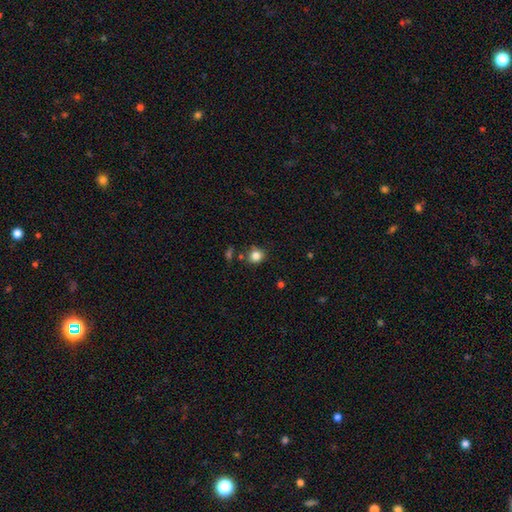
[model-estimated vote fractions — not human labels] Morphology: type=smooth (83%); roundness=round (78%); merging=none (79%).